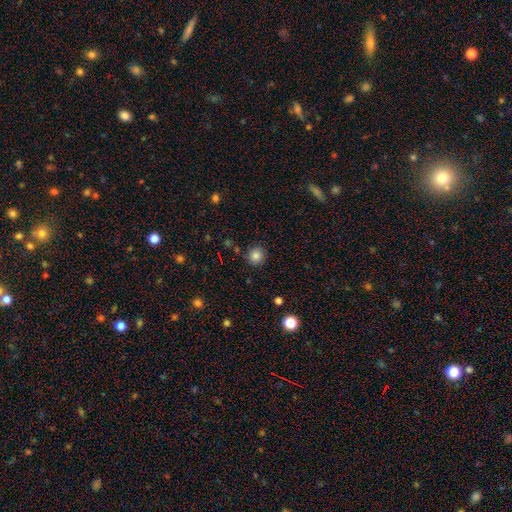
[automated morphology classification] Q: Smooth or featured?
A: smooth (82%); runner-up: star or artifact (12%)
Q: How rounded?
A: round (89%); runner-up: in between (10%)
Q: Merging?
A: none (87%); runner-up: minor disturbance (9%)